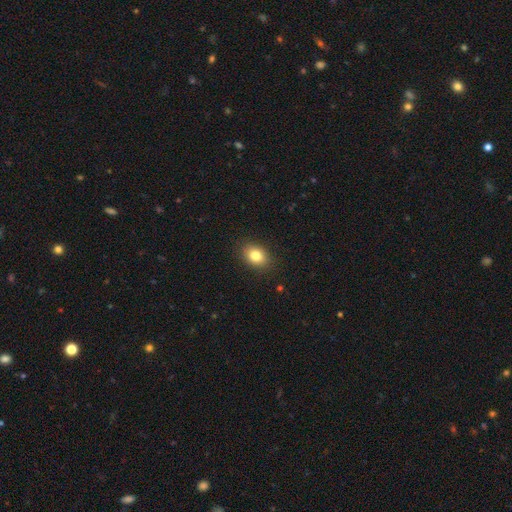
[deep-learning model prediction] This is clearly a smooth galaxy (83%). How rounded: likely in between (68%). Merging: clearly none (88%).